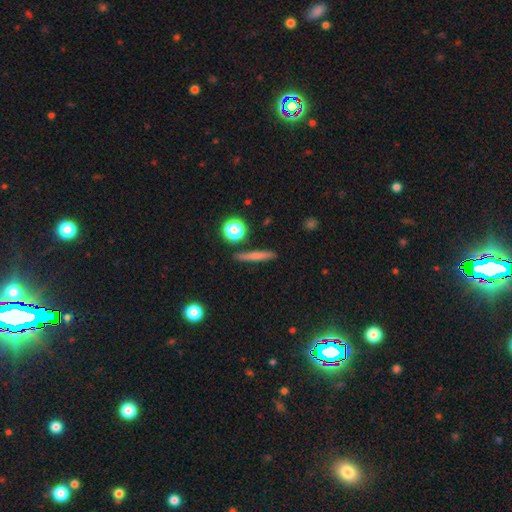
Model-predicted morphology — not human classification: smooth-or-featured: smooth: 65% | featured or disk: 26% | star or artifact: 9%
  how-rounded: cigar-shaped: 85% | round: 9% | in between: 7%
  merging: none: 87% | minor disturbance: 8% | merger: 3% | major disturbance: 2%